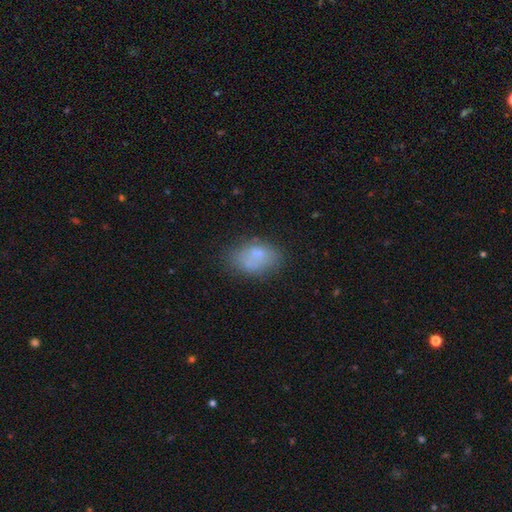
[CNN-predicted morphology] Smooth or featured? smooth (67%)
How rounded? in between (84%)
Merging? none (55%)